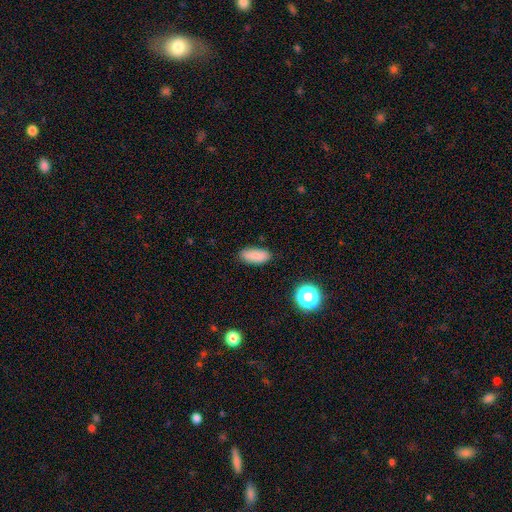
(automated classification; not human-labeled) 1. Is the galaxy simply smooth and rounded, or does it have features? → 86% smooth, 8% star or artifact, 5% featured or disk.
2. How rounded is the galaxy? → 84% in between, 13% cigar-shaped, 3% round.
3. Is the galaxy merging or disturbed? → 85% none, 11% minor disturbance, 2% major disturbance, 1% merger.